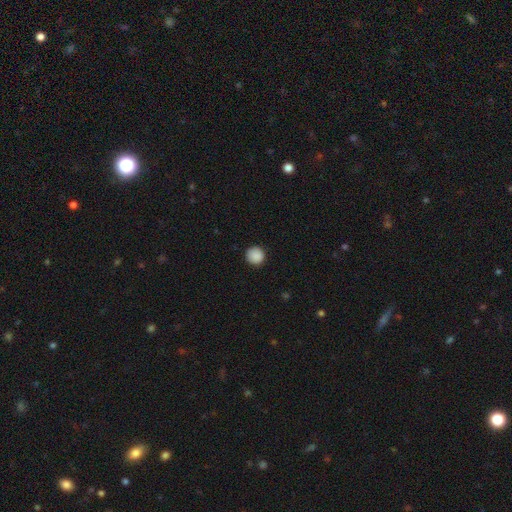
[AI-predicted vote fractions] smooth 89%, star or artifact 9%, featured or disk 3%. Down the decision tree: how rounded — round (95%); merging — none (91%).